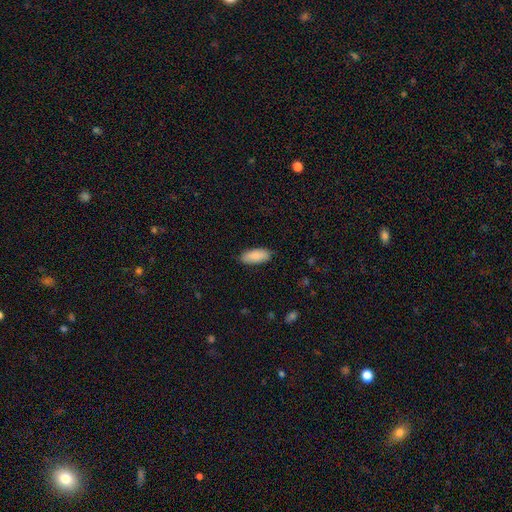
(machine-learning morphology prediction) smooth_or_featured: smooth (p=0.90) [alt: star or artifact p=0.06]
how_rounded: in between (p=0.86) [alt: cigar-shaped p=0.12]
merging: none (p=0.85) [alt: minor disturbance p=0.12]